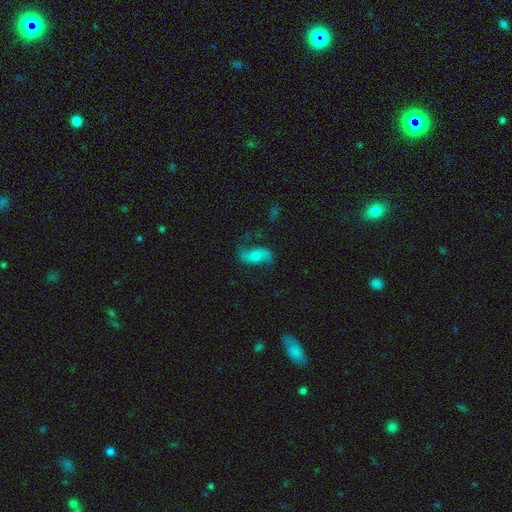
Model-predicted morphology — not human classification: type=featured or disk (66%); edge-on=no (93%); bar=no (59%); spiral arms=yes (88%); winding=loose (79%); arm count=2 (91%); bulge=moderate (60%); merging=none (69%).